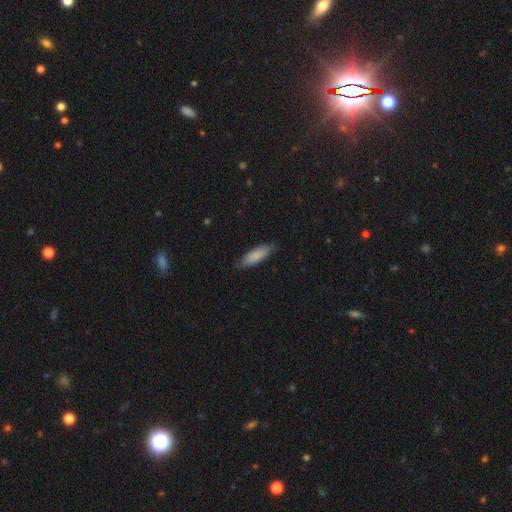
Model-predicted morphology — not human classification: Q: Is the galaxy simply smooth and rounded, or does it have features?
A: smooth — 82%.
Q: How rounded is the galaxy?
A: in between — 52%.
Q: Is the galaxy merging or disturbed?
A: none — 81%.